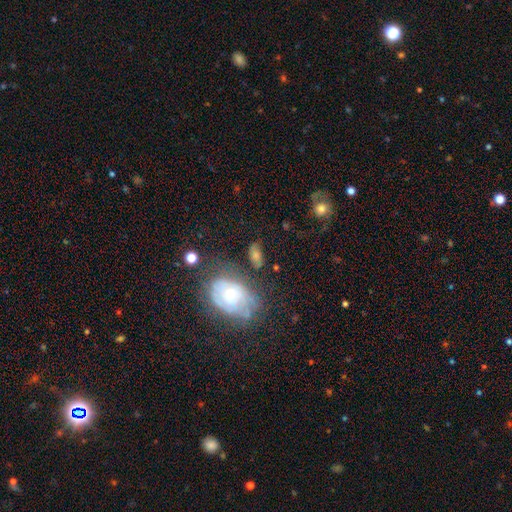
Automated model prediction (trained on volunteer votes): A smooth galaxy with no disk features (54%) that is in between round and cigar-shaped (85%). Merging: none (55%).